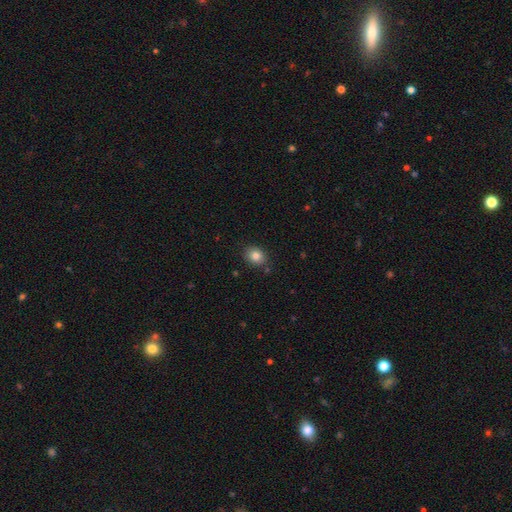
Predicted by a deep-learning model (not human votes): This is clearly a smooth galaxy (84%). How rounded: possibly in between (52%). Merging: clearly none (85%).